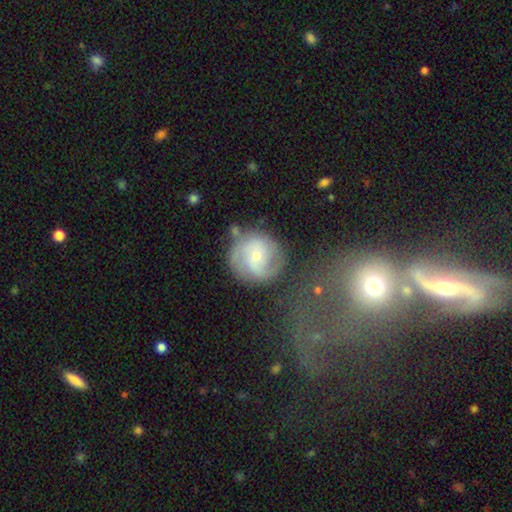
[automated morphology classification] Smooth or featured? featured or disk (72%)
Edge-on disk? no (98%)
Bar? no (56%)
Spiral arms? yes (91%)
Spiral winding? medium (44%)
Spiral arm count? 2 (55%)
Bulge size? small (65%)
Merging? none (69%)